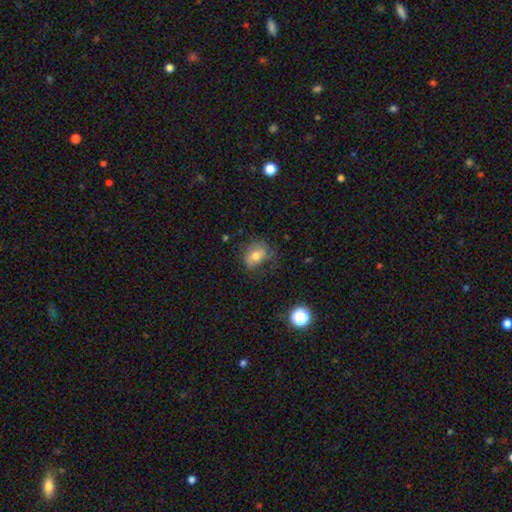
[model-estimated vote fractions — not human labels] Q: Smooth or featured?
A: smooth (63%); runner-up: featured or disk (26%)
Q: How rounded?
A: in between (58%); runner-up: round (41%)
Q: Merging?
A: none (55%); runner-up: minor disturbance (28%)